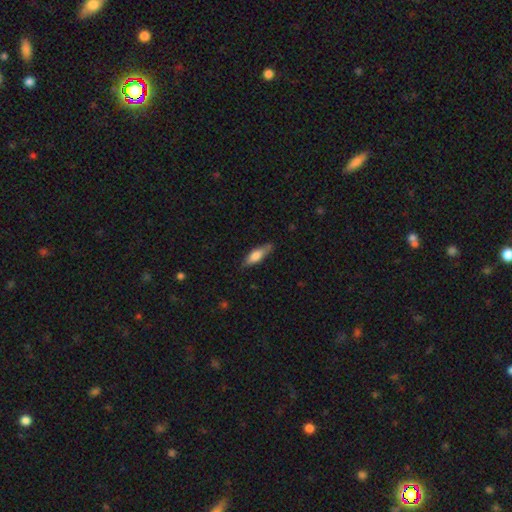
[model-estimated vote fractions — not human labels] smooth-or-featured: smooth: 67% | featured or disk: 27% | star or artifact: 6%
  how-rounded: cigar-shaped: 51% | in between: 47% | round: 2%
  merging: none: 77% | minor disturbance: 18% | major disturbance: 3% | merger: 1%